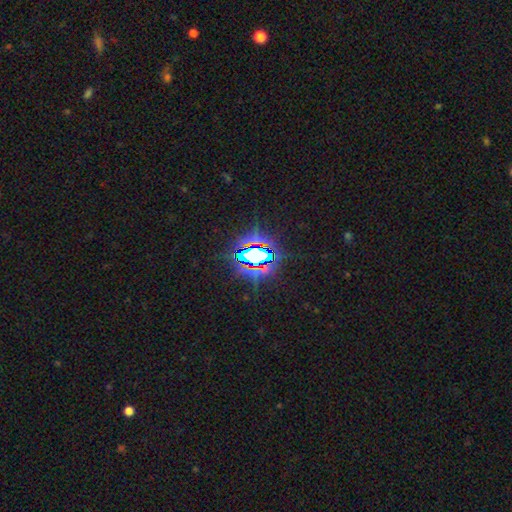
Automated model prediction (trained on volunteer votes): This is likely a star or artifact rather than a galaxy (77%).